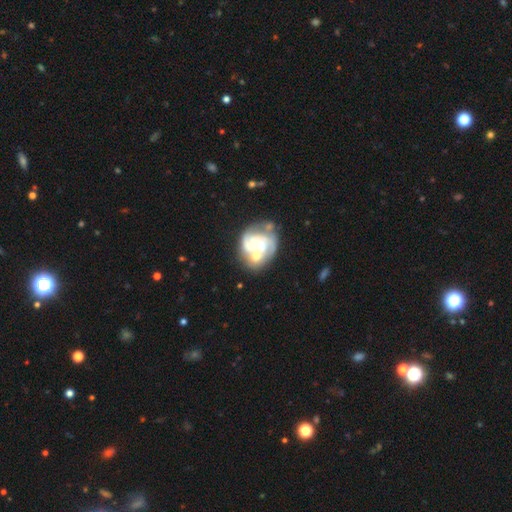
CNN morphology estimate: Smooth or featured? featured or disk (77%)
Edge-on disk? no (98%)
Bar? no (71%)
Spiral arms? yes (80%)
Spiral winding? tight (44%)
Spiral arm count? 2 (43%)
Bulge size? moderate (52%)
Merging? merger (37%)